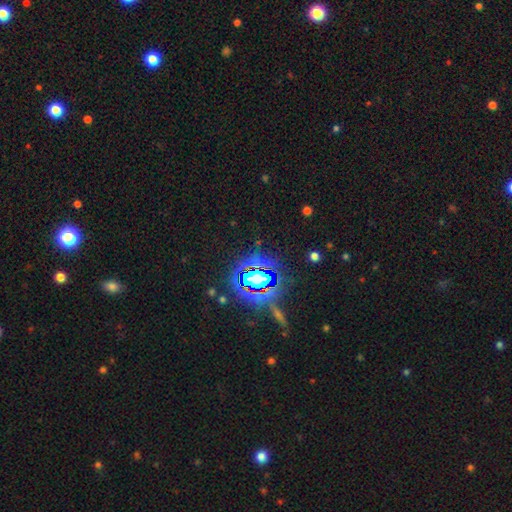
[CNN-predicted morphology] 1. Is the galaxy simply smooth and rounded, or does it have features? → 84% star or artifact, 9% smooth, 7% featured or disk.